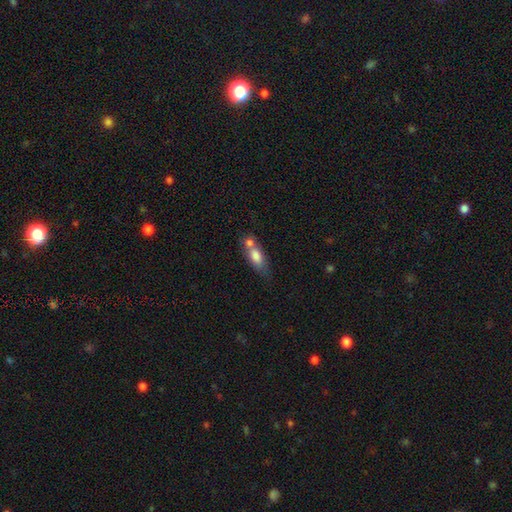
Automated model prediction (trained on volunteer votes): Smooth or featured? Predicted: smooth (p=0.73). How rounded? Predicted: in between (p=0.73). Merging? Predicted: merger (p=0.45).